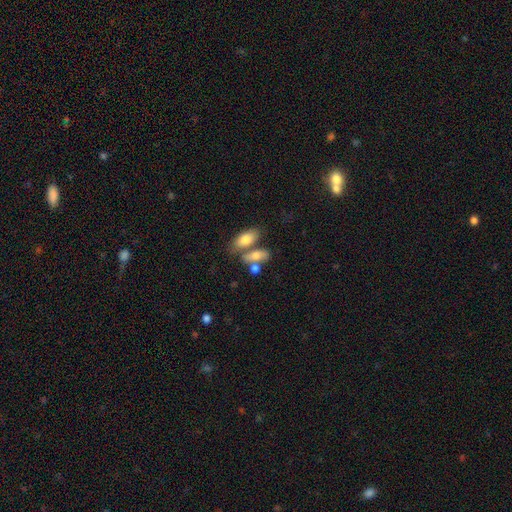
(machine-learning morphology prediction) smooth-or-featured: smooth: 74% | featured or disk: 18% | star or artifact: 8%
  how-rounded: in between: 81% | cigar-shaped: 12% | round: 8%
  merging: merger: 43% | none: 39% | minor disturbance: 12% | major disturbance: 6%